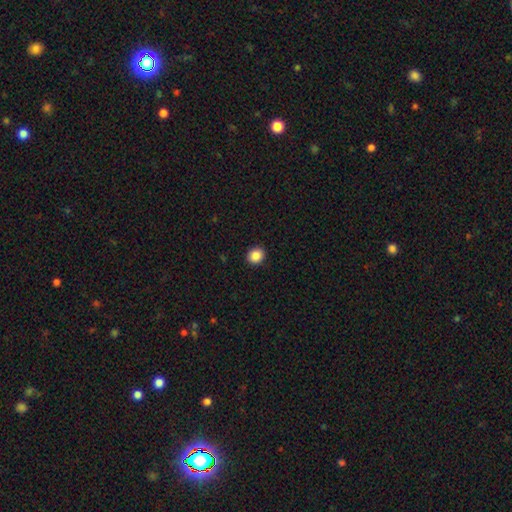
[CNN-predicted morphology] A smooth galaxy with no disk features (88%) that is round (75%).

Vote fractions:
- Smooth or featured? smooth: 88% / star or artifact: 9% / featured or disk: 3%
- How rounded? round: 75% / in between: 24% / cigar-shaped: 1%
- Merging? none: 92% / minor disturbance: 6% / major disturbance: 2% / merger: 1%